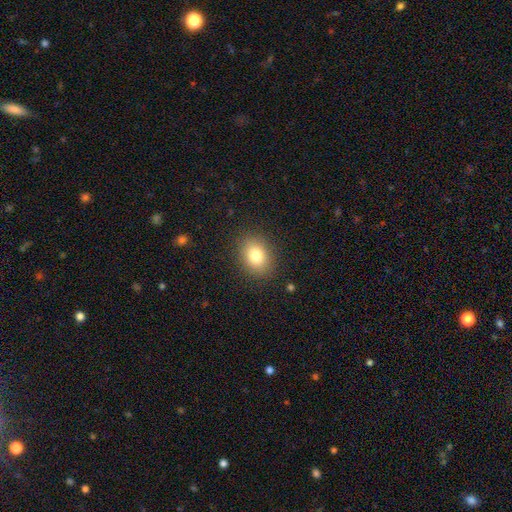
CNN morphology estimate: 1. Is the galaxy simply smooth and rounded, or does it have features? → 80% smooth, 10% star or artifact, 9% featured or disk.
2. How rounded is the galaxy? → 58% in between, 41% round, 1% cigar-shaped.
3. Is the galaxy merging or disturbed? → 88% none, 8% minor disturbance, 3% major disturbance, 1% merger.